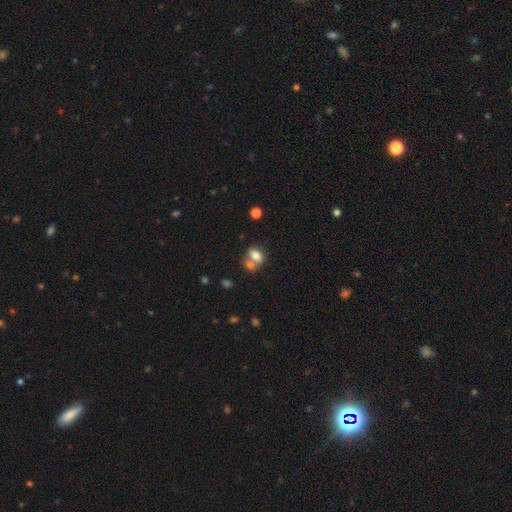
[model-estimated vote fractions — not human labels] A smooth galaxy with no disk features (76%) that is in between round and cigar-shaped (72%).

Vote fractions:
- Smooth or featured? smooth: 76% / featured or disk: 15% / star or artifact: 9%
- How rounded? in between: 72% / round: 26% / cigar-shaped: 2%
- Merging? merger: 52% / none: 33% / minor disturbance: 10% / major disturbance: 4%